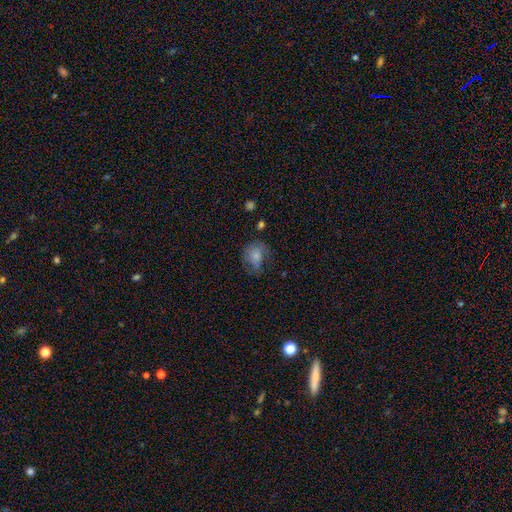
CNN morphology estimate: Smooth or featured: smooth — 70% (featured or disk — 20%)
How rounded: round — 56% (in between — 43%)
Merging: none — 46% (minor disturbance — 29%)